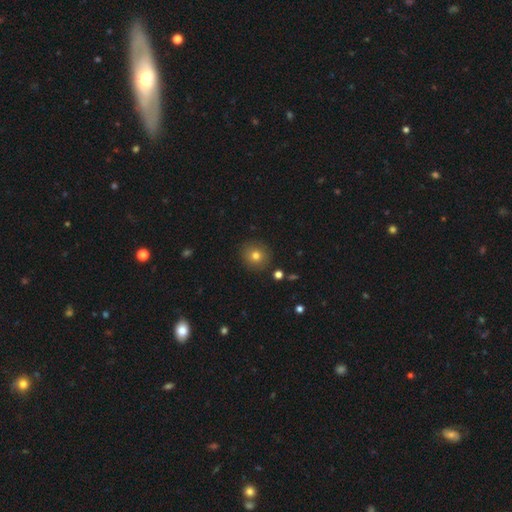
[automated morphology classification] Smooth or featured? smooth (76%)
How rounded? round (90%)
Merging? none (89%)